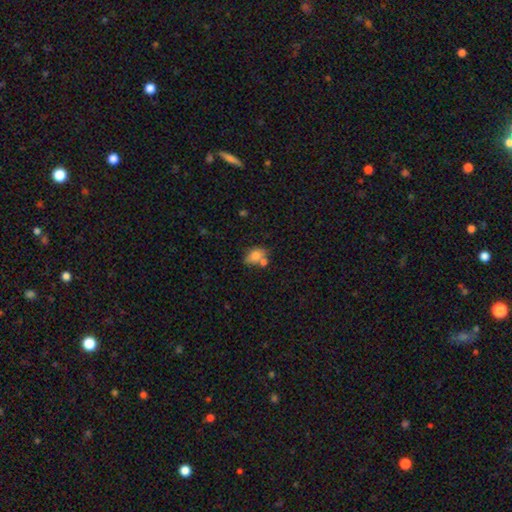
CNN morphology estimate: This is likely a smooth galaxy (75%). How rounded: likely in between (77%). Merging: marginally none (43%).